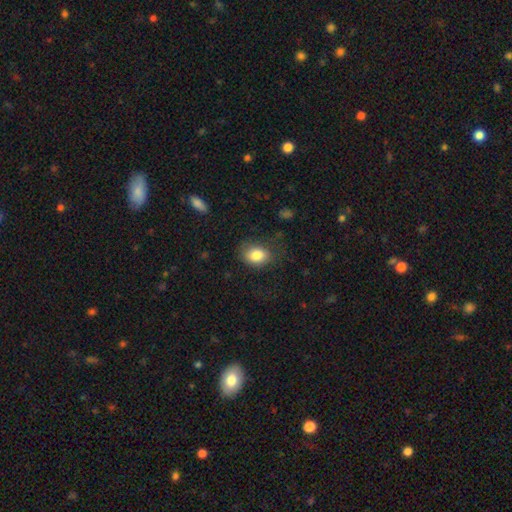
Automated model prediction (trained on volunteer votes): This appears to be a smooth galaxy with no disk features (83%) that is in between round and cigar-shaped (71%). Merging: none (67%).